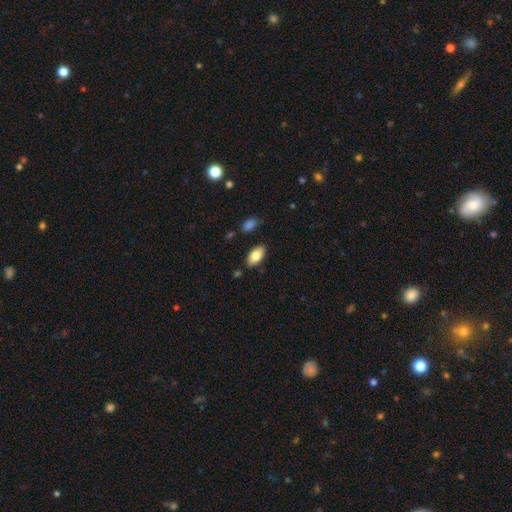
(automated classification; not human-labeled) smooth 82%, featured or disk 11%, star or artifact 7%. Down the decision tree: how rounded — in between (93%); merging — none (84%).